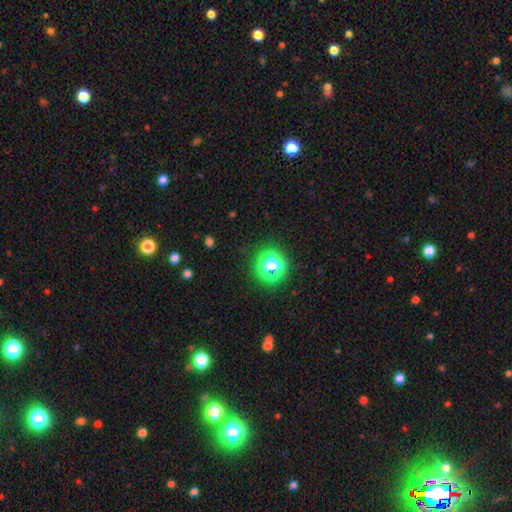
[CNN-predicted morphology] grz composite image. It shows a star or artifact, not a galaxy (64%).